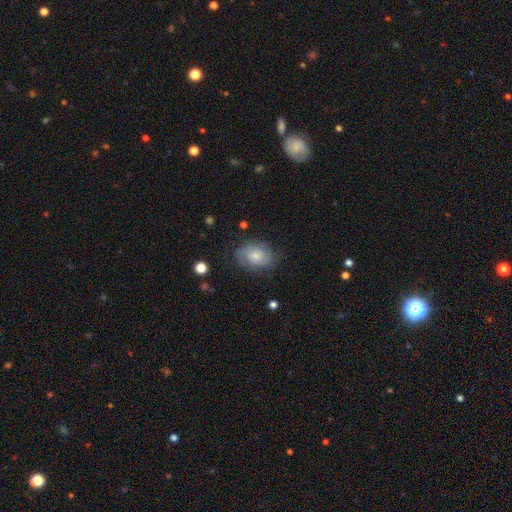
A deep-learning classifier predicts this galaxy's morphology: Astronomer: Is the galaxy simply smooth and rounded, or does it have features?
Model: featured or disk — 48% (runner-up: smooth, 44%).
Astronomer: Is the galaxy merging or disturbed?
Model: none — 72%.